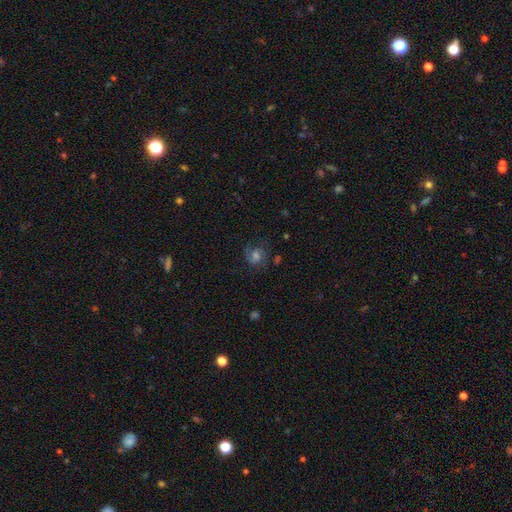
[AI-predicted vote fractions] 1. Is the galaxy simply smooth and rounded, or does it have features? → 51% featured or disk, 31% smooth, 18% star or artifact.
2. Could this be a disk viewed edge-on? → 97% no, 3% yes.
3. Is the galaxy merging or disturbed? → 69% none, 17% minor disturbance, 12% major disturbance, 2% merger.